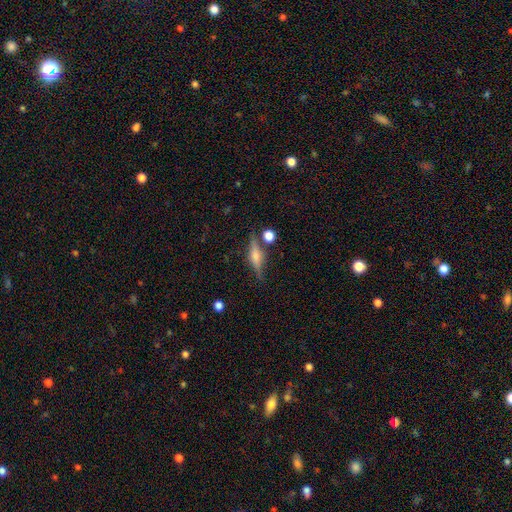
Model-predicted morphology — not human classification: Smooth or featured? Predicted: featured or disk (p=0.66). Edge-on disk? Predicted: yes (p=0.95). Edge-on bulge? Predicted: rounded (p=0.82). Merging? Predicted: none (p=0.77).